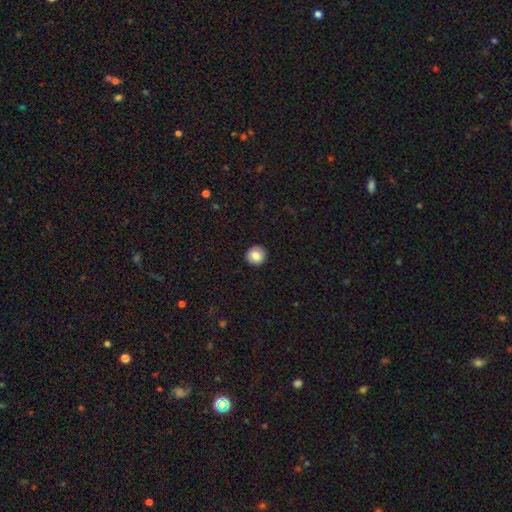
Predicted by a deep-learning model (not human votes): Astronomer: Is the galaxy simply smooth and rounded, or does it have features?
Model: smooth — 84%.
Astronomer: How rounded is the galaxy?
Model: round — 95%.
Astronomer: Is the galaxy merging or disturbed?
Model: none — 93%.